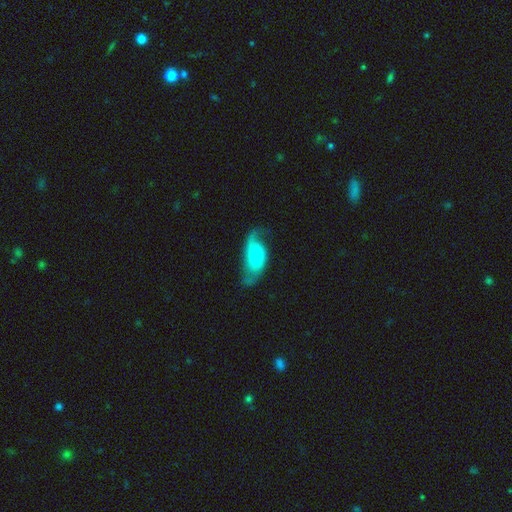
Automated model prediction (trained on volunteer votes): Overall: featured or disk (59%; smooth 35%). Edge-on disk: no (93%). Bar: no (70%). Spiral arms: yes (88%). Bulge size: small (49%; moderate 26%). Merging: none (48%; minor disturbance 27%).